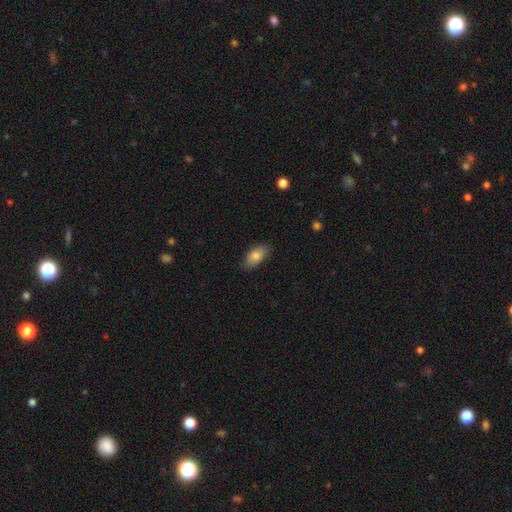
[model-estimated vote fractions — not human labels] smooth_or_featured: smooth (p=0.81) [alt: featured or disk p=0.12]
how_rounded: in between (p=0.91) [alt: cigar-shaped p=0.05]
merging: none (p=0.83) [alt: minor disturbance p=0.14]